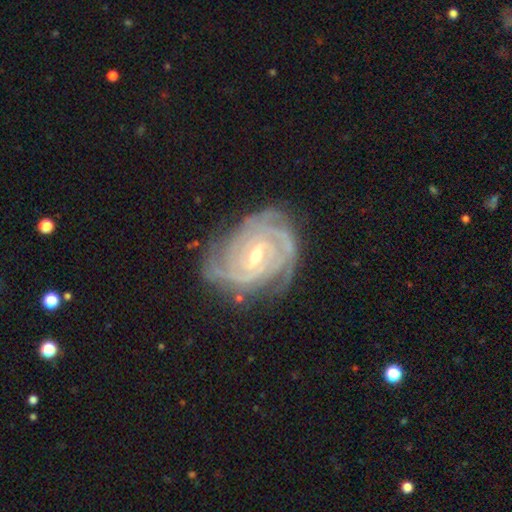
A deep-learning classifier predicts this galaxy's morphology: This appears to be a featured or disk galaxy (91%) with a weak bar (52%), 3 (28%) tight (79%) spiral arms (98%) and a moderate central bulge (50%). Merging: none (75%).